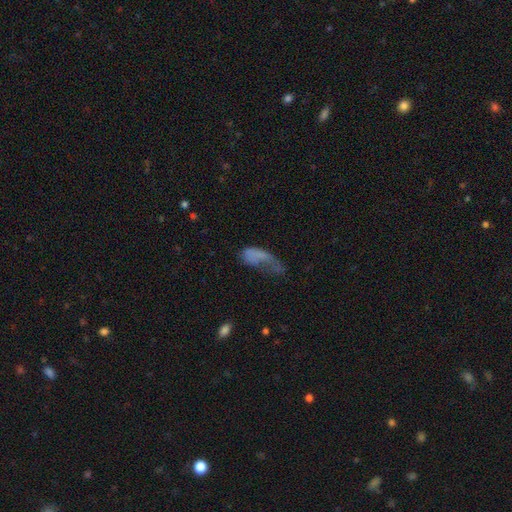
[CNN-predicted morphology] A smooth galaxy with no disk features (59%) that is in between round and cigar-shaped (82%).

Vote fractions:
- Smooth or featured? smooth: 59% / featured or disk: 29% / star or artifact: 11%
- How rounded? in between: 82% / cigar-shaped: 12% / round: 6%
- Merging? major disturbance: 56% / none: 19% / minor disturbance: 18% / merger: 7%